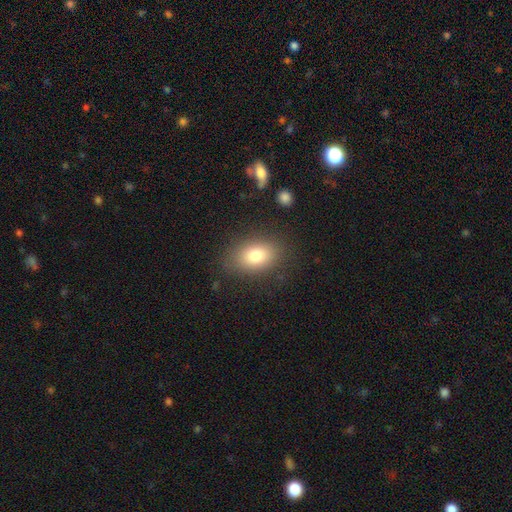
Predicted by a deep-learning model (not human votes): Smooth or featured?
  - smooth: 78% *
  - featured or disk: 12%
  - star or artifact: 10%
How rounded?
  - in between: 81% *
  - round: 17%
  - cigar-shaped: 2%
Merging?
  - none: 83% *
  - minor disturbance: 11%
  - major disturbance: 4%
  - merger: 1%